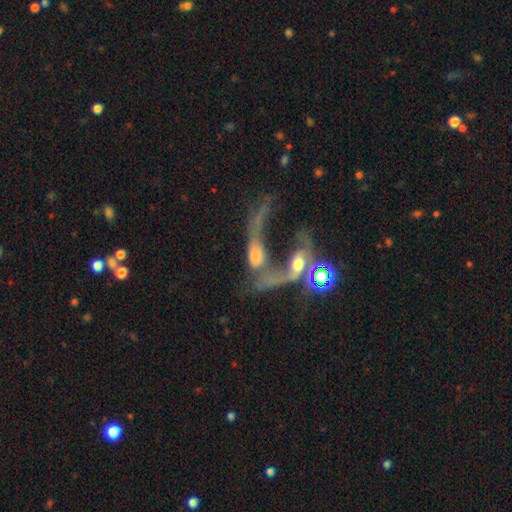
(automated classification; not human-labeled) Morphology: type=featured or disk (53%); edge-on=no (83%); merging=merger (65%).